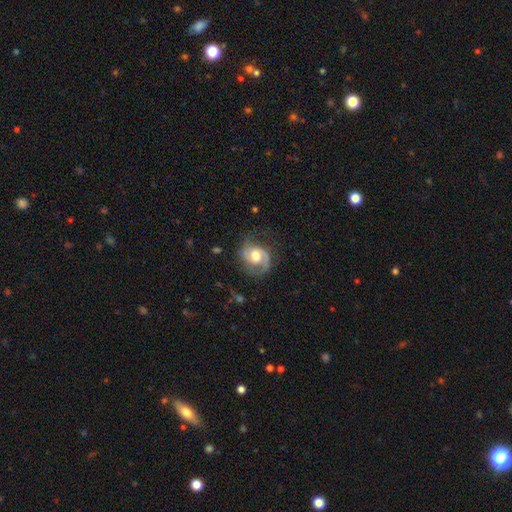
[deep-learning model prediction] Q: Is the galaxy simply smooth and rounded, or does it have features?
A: featured or disk — 76%.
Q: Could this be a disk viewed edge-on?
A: no — 98%.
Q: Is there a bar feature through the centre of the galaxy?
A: no — 55%.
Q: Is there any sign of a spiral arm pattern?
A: yes — 93%.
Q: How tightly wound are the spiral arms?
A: medium — 48%.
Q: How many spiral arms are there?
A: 2 — 78%.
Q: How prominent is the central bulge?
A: moderate — 61%.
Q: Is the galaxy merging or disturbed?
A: none — 64%.